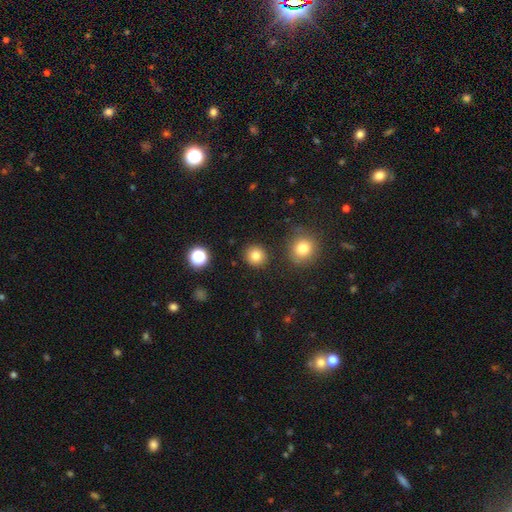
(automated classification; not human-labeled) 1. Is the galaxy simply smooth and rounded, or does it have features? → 82% smooth, 12% star or artifact, 6% featured or disk.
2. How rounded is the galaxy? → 92% round, 7% in between, 1% cigar-shaped.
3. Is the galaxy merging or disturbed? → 89% none, 6% minor disturbance, 2% merger, 2% major disturbance.